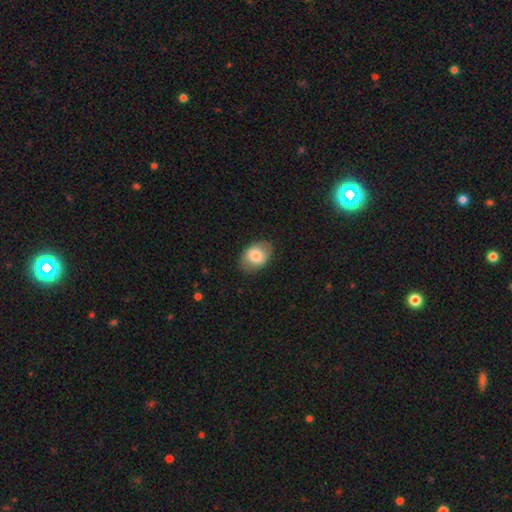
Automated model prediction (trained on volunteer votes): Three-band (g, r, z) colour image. It shows a smooth galaxy with no disk features (76%) that is in between round and cigar-shaped (78%). Merging: none (83%).